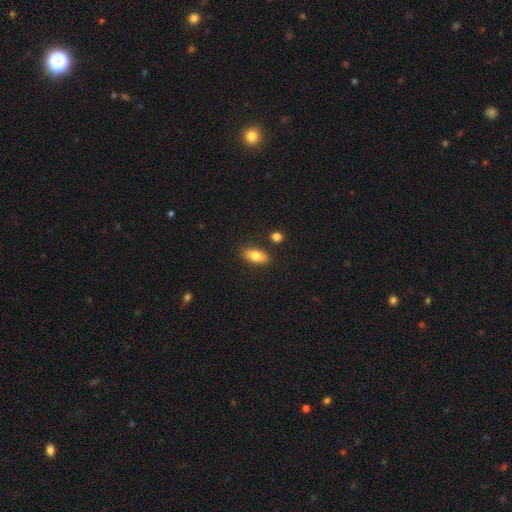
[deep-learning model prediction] Smooth or featured? smooth (78%)
How rounded? in between (80%)
Merging? none (84%)